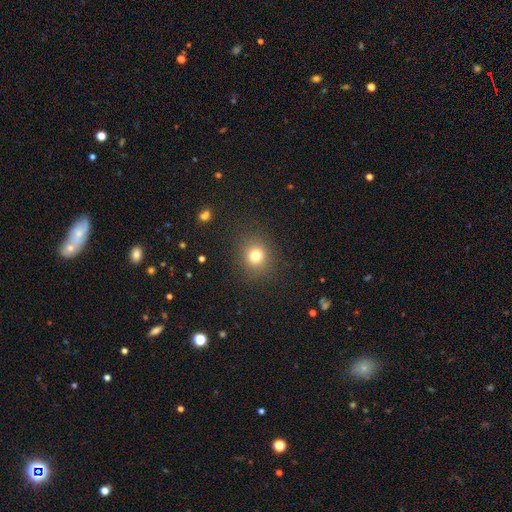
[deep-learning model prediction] Q: Smooth or featured?
A: smooth (77%); runner-up: star or artifact (15%)
Q: How rounded?
A: round (83%); runner-up: in between (16%)
Q: Merging?
A: none (88%); runner-up: minor disturbance (8%)